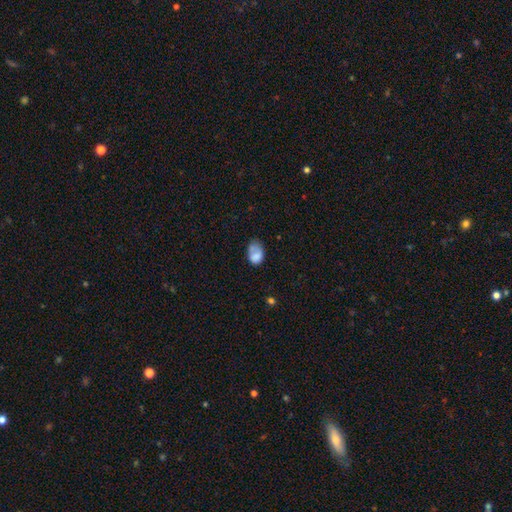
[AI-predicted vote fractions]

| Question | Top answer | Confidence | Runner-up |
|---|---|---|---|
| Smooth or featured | smooth | 74% | featured or disk (17%) |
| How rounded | in between | 81% | round (18%) |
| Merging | none | 36% | minor disturbance (32%) |